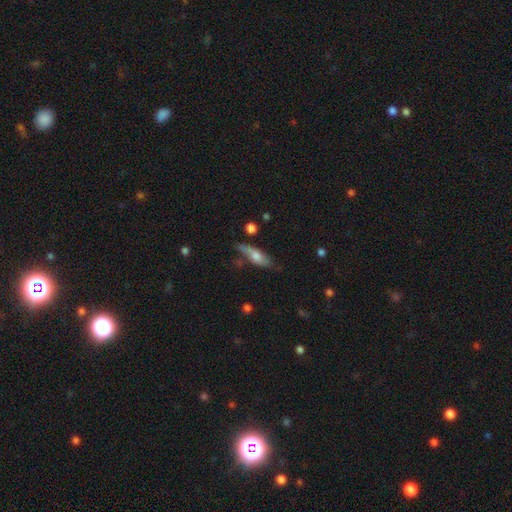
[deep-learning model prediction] smooth 57%, featured or disk 36%, star or artifact 7%. Down the decision tree: how rounded — in between (53%); merging — none (55%).